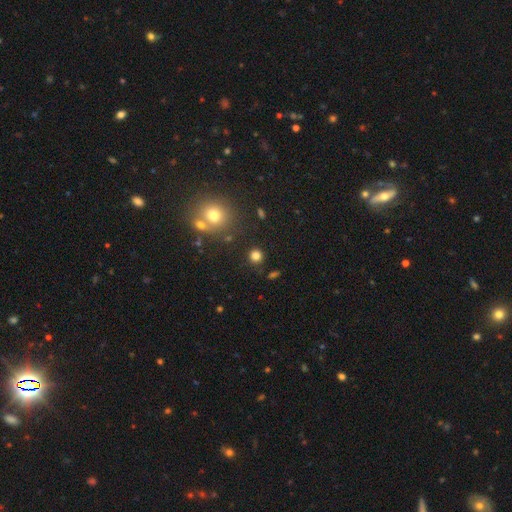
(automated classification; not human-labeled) This is likely a smooth galaxy (80%). How rounded: clearly round (90%). Merging: clearly none (86%).